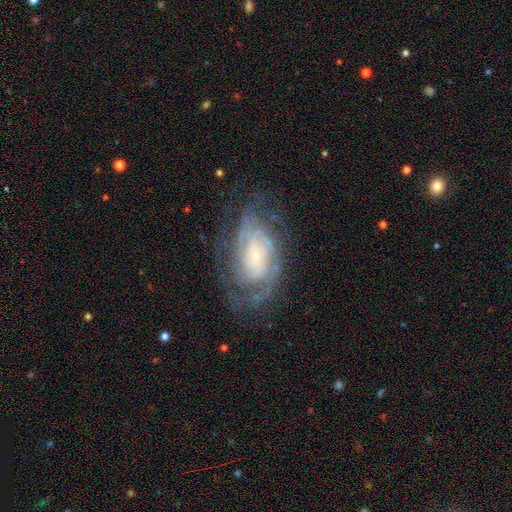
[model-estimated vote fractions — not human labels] Smooth or featured?
  - featured or disk: 83% *
  - smooth: 11%
  - star or artifact: 7%
Edge-on disk?
  - no: 96% *
  - yes: 4%
Bar?
  - no: 66% *
  - weak: 26%
  - strong: 7%
Spiral arms?
  - yes: 94% *
  - no: 6%
Spiral winding?
  - tight: 60% *
  - medium: 31%
  - loose: 9%
Spiral arm count?
  - can't tell: 38% *
  - 2: 25%
  - 3: 15%
  - 4: 9%
  - 1: 6%
  - more than 4: 6%
Bulge size?
  - small: 64% *
  - moderate: 17%
  - none: 9%
  - large: 8%
  - dominant: 2%
Merging?
  - none: 66% *
  - minor disturbance: 19%
  - major disturbance: 14%
  - merger: 1%